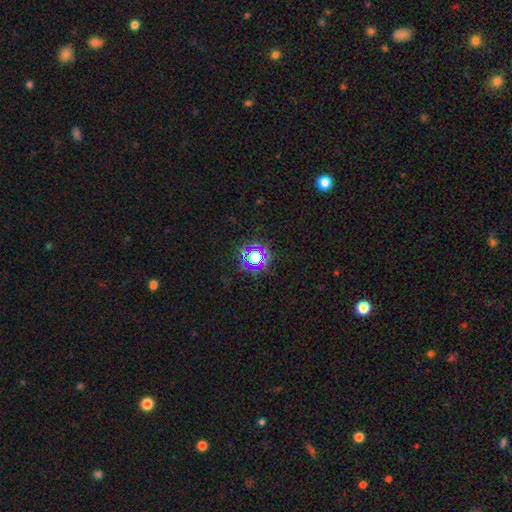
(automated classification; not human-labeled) A star or artifact, not a galaxy (65%).

Vote fractions:
- Smooth or featured? star or artifact: 65% / smooth: 25% / featured or disk: 10%